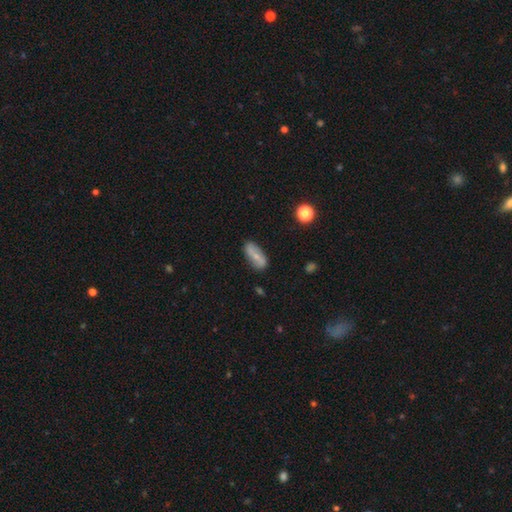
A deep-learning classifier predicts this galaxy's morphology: A smooth galaxy with no disk features (52%) that is in between round and cigar-shaped (75%).

Vote fractions:
- Smooth or featured? smooth: 52% / featured or disk: 40% / star or artifact: 8%
- How rounded? in between: 75% / cigar-shaped: 21% / round: 4%
- Merging? none: 78% / minor disturbance: 16% / major disturbance: 4% / merger: 3%